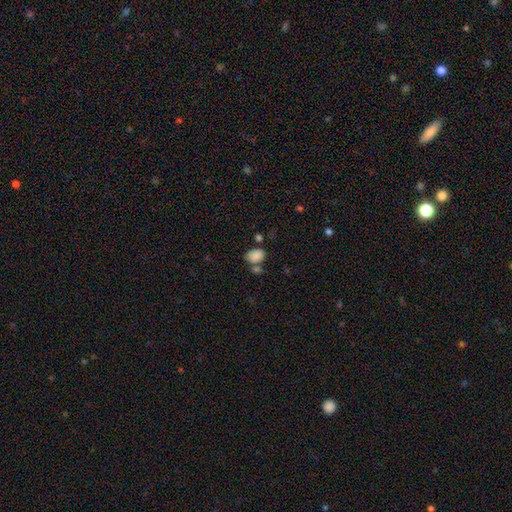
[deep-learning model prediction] Morphology: type=smooth (85%); roundness=in between (77%); merging=none (53%).